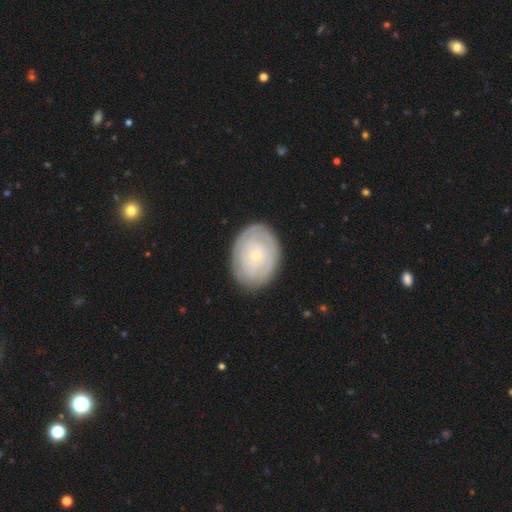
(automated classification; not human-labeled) A featured or disk galaxy (53%) with no bar (89%), spiral arms (58%) and a small central bulge (85%).

Vote fractions:
- Smooth or featured? featured or disk: 53% / smooth: 41% / star or artifact: 6%
- Edge-on disk? no: 96% / yes: 4%
- Bar? no: 89% / weak: 9% / strong: 2%
- Spiral arms? yes: 58% / no: 42%
- Bulge size? small: 85% / moderate: 12% / none: 1% / large: 1% / dominant: 1%
- Merging? none: 83% / minor disturbance: 13% / major disturbance: 3% / merger: 1%